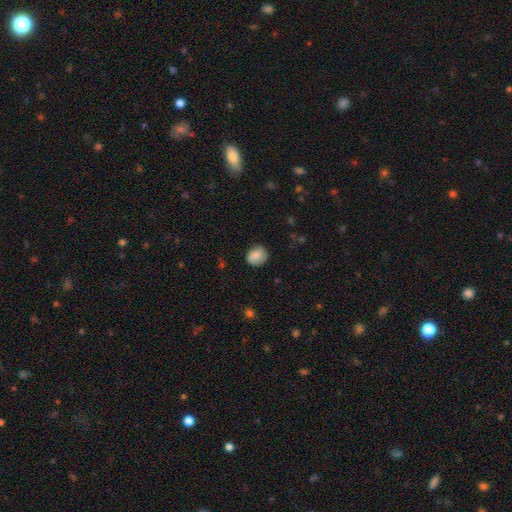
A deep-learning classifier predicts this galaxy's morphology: smooth-or-featured: smooth: 81% | featured or disk: 11% | star or artifact: 8%
  how-rounded: round: 67% | in between: 32% | cigar-shaped: 1%
  merging: none: 76% | minor disturbance: 19% | major disturbance: 4% | merger: 1%